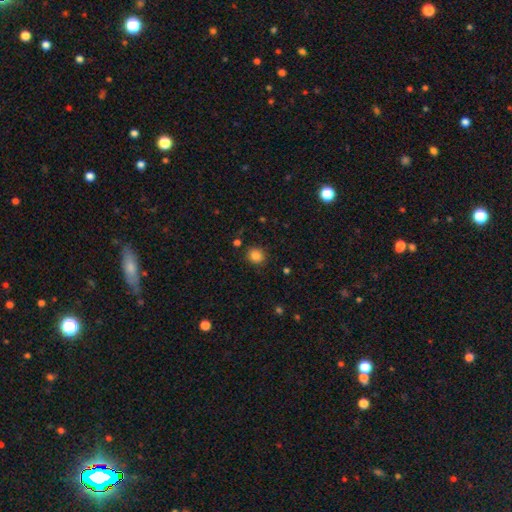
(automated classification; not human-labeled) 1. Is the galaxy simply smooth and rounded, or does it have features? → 84% smooth, 11% star or artifact, 5% featured or disk.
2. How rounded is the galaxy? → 80% round, 19% in between, 1% cigar-shaped.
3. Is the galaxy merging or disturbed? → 86% none, 9% minor disturbance, 3% major disturbance, 2% merger.